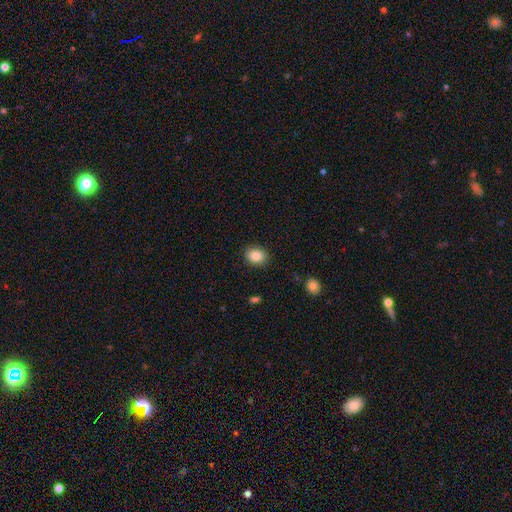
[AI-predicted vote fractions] Q: Smooth or featured?
A: smooth (85%); runner-up: star or artifact (9%)
Q: How rounded?
A: round (52%); runner-up: in between (47%)
Q: Merging?
A: none (88%); runner-up: minor disturbance (9%)